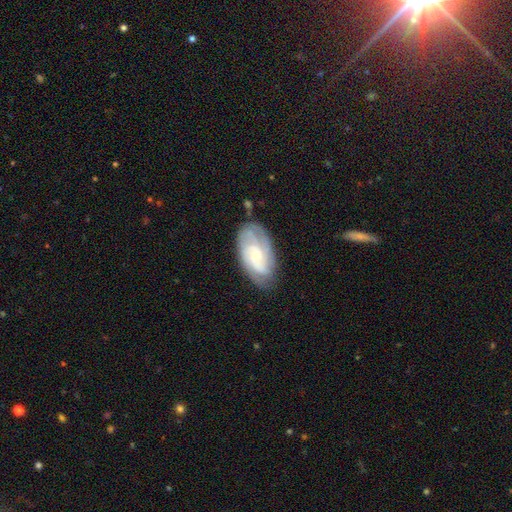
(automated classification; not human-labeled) This is likely a featured or disk galaxy (76%). It is clearly not viewed edge-on (96%). Bar: likely no (62%). Spiral arm pattern: clearly yes (94%). Spiral arm count: marginally can't tell (29%). Spiral winding: possibly tight (54%). Central bulge: likely small (61%). Merging: likely none (73%).